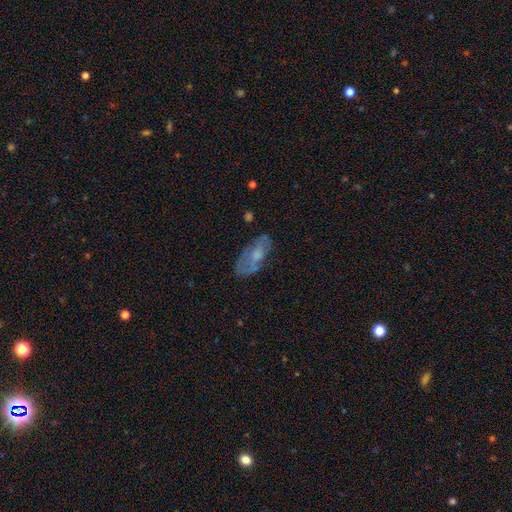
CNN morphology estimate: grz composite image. It shows a featured or disk galaxy (47%). Merging: none (61%).